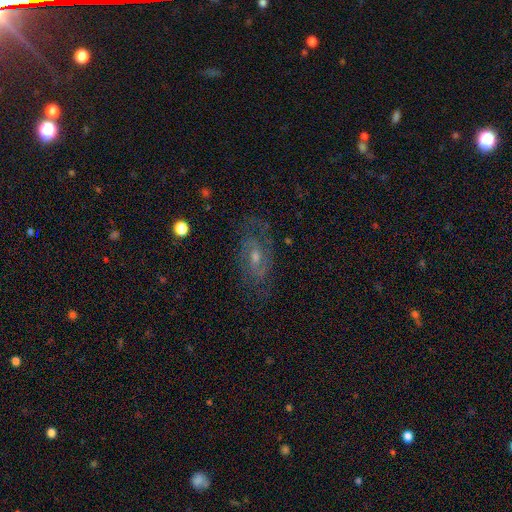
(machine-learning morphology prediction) The model was most divided on "bar": no: 45%, weak: 44%, strong: 11%. Remaining: edge-on disk — no (94%); spiral arms — yes (87%); smooth or featured — featured or disk (75%); merging — none (73%); spiral arm count — 2 (63%); bulge size — moderate (51%); spiral winding — medium (44%).